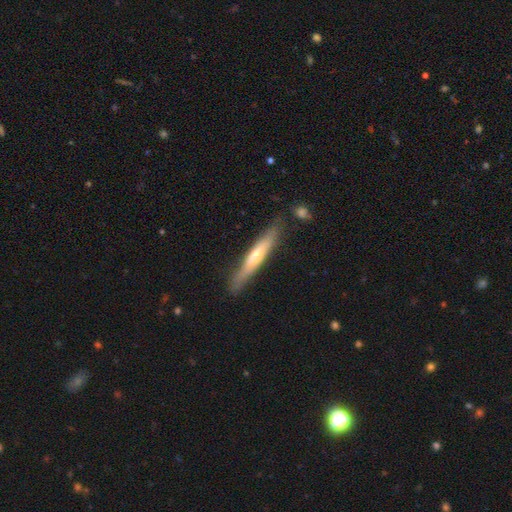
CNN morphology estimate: Smooth or featured? Predicted: featured or disk (p=0.56). Edge-on disk? Predicted: yes (p=0.93). Edge-on bulge? Predicted: rounded (p=0.66). Merging? Predicted: none (p=0.84).